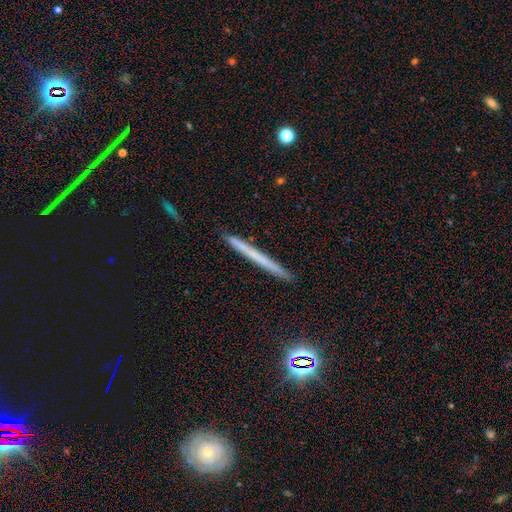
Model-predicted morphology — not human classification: smooth_or_featured: smooth (p=0.51) [alt: featured or disk p=0.40]
how_rounded: cigar-shaped (p=0.97) [alt: in between p=0.02]
merging: none (p=0.91) [alt: minor disturbance p=0.06]